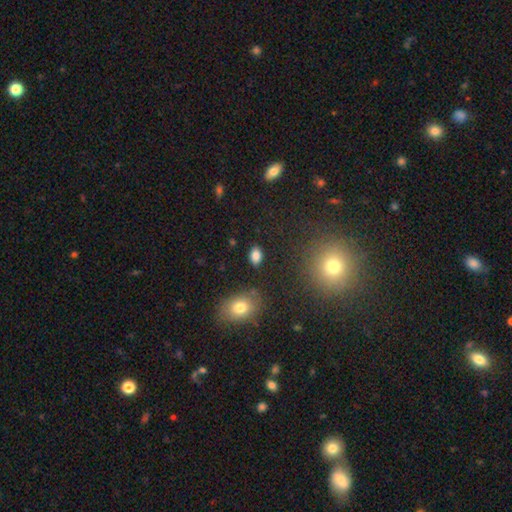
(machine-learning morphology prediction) Smooth or featured? Predicted: smooth (p=0.83). How rounded? Predicted: in between (p=0.82). Merging? Predicted: none (p=0.85).